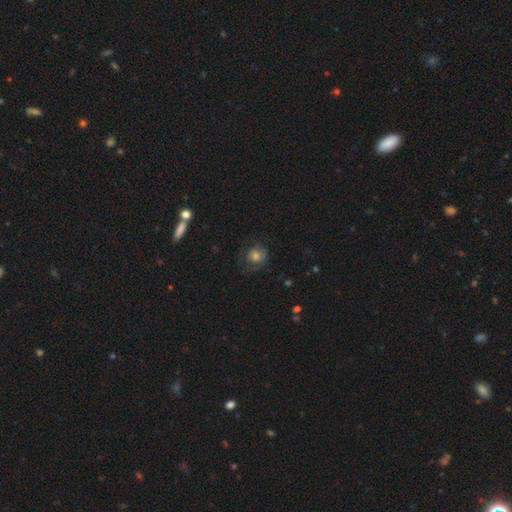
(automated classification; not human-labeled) Q: Smooth or featured?
A: smooth (63%); runner-up: featured or disk (24%)
Q: How rounded?
A: round (84%); runner-up: in between (15%)
Q: Merging?
A: none (67%); runner-up: minor disturbance (18%)